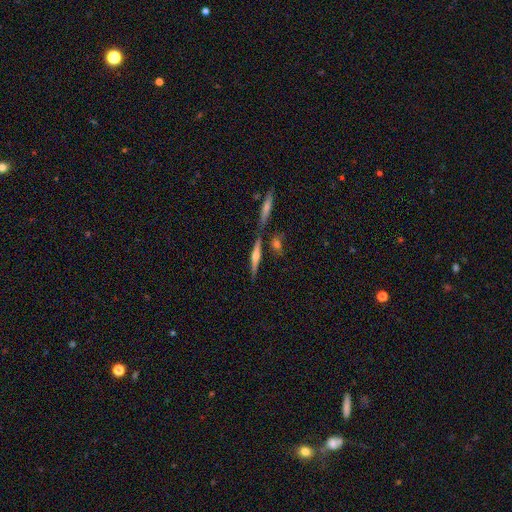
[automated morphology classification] Smooth or featured? featured or disk (68%)
Edge-on disk? yes (97%)
Edge-on bulge? rounded (86%)
Merging? none (75%)